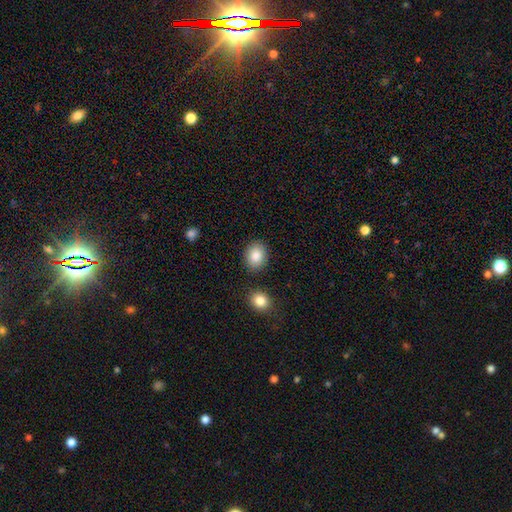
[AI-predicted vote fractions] Smooth or featured?
  - smooth: 86% *
  - star or artifact: 8%
  - featured or disk: 6%
How rounded?
  - in between: 54% *
  - round: 45%
  - cigar-shaped: 1%
Merging?
  - none: 85% *
  - minor disturbance: 8%
  - merger: 4%
  - major disturbance: 2%